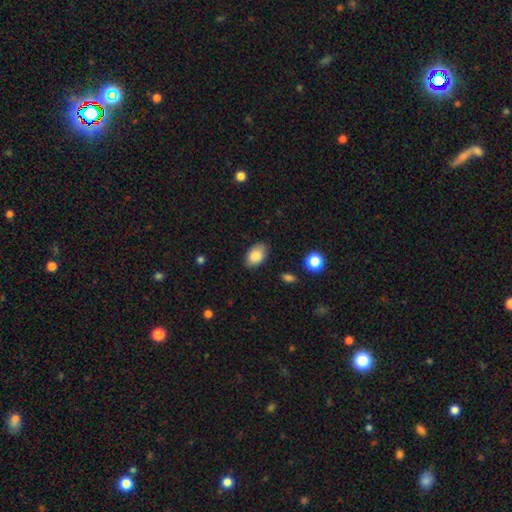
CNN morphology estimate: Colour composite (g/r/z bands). It shows a smooth galaxy with no disk features (87%) that is in between round and cigar-shaped (89%). Merging: none (82%).